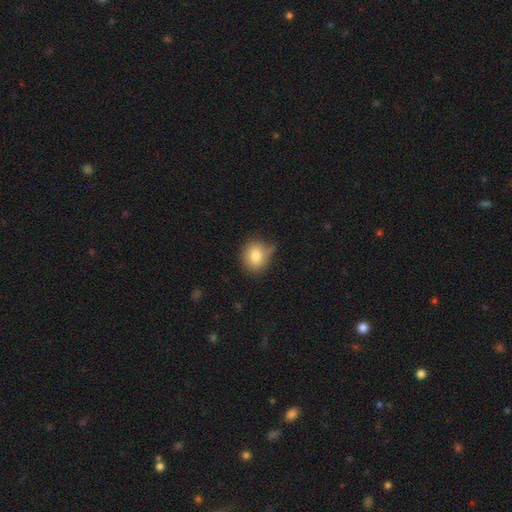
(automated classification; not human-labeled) Overall: smooth (80%). How rounded: round (71%). Merging: none (60%; minor disturbance 28%).